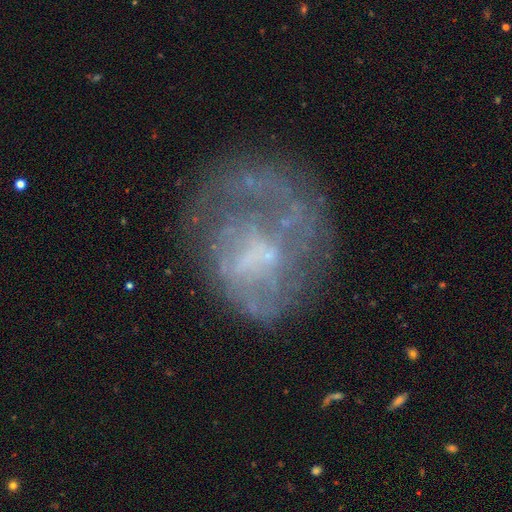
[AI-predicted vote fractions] A featured or disk galaxy (66%) with no bar (65%), no spiral arms (58%) and no central bulge (53%). Merging: none (46%).